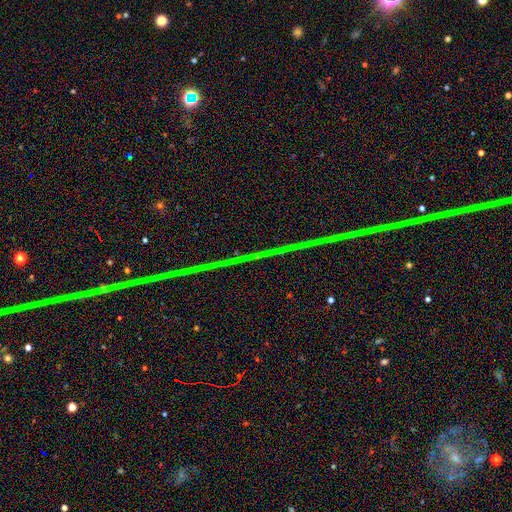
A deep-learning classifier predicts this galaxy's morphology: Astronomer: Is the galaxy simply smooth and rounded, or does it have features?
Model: star or artifact — 88%.